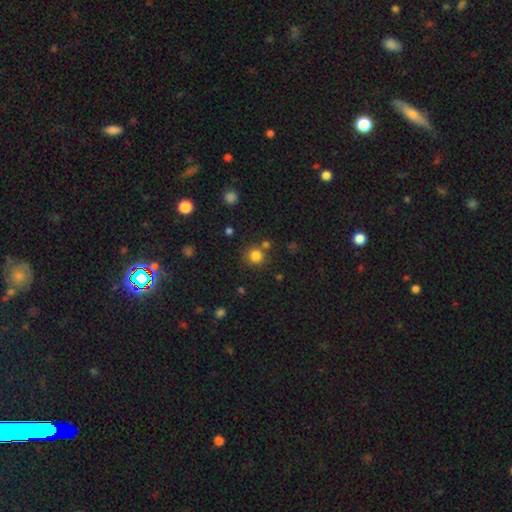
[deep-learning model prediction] A smooth galaxy with no disk features (81%) that is round (91%). Merging: none (75%).